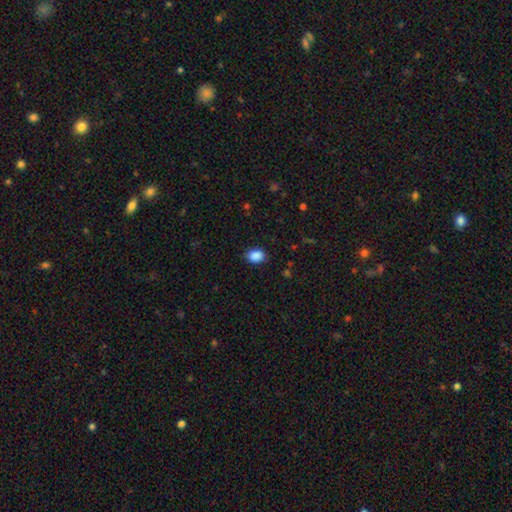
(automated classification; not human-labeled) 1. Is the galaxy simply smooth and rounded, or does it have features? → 89% smooth, 8% star or artifact, 3% featured or disk.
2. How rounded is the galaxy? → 77% in between, 22% round, 1% cigar-shaped.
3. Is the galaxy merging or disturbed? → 87% none, 10% minor disturbance, 2% major disturbance, 1% merger.